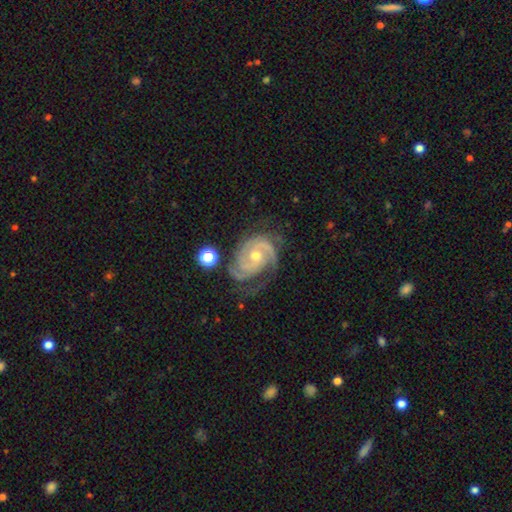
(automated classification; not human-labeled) This is clearly a featured or disk galaxy (91%). It is clearly not viewed edge-on (98%). Bar: likely no (68%). Spiral arm pattern: clearly yes (98%). Spiral arm count: marginally 2 (40%). Spiral winding: likely tight (62%). Central bulge: possibly moderate (58%). Merging: likely none (60%).